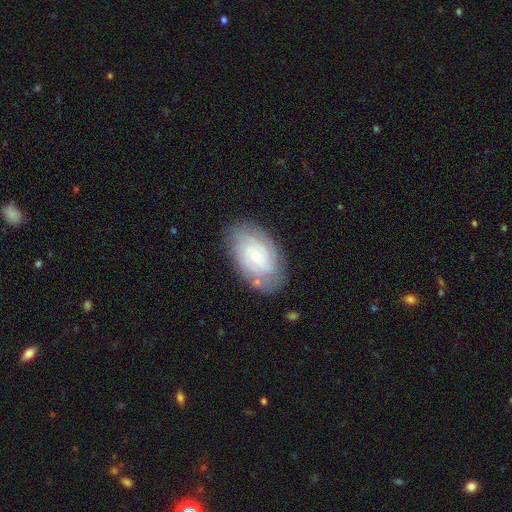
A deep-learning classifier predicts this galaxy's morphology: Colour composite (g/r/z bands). It shows a featured or disk galaxy (71%) with no bar (63%), tight (68%) spiral arms (92%) and a small central bulge (73%). Merging: none (77%).